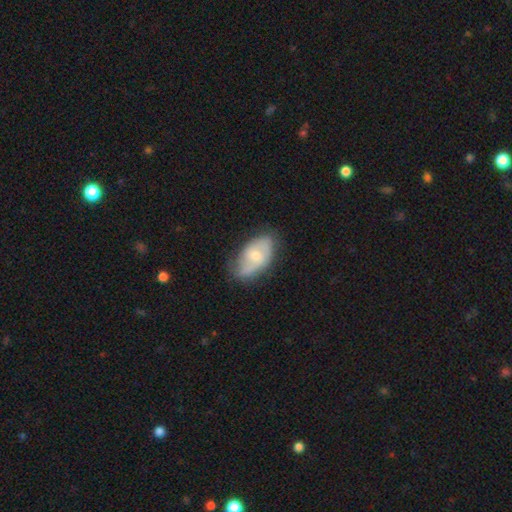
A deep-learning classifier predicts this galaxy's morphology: type=featured or disk (55%); edge-on=no (94%); bar=no (61%); spiral arms=yes (75%); bulge=moderate (47%, tied with small); merging=none (60%).